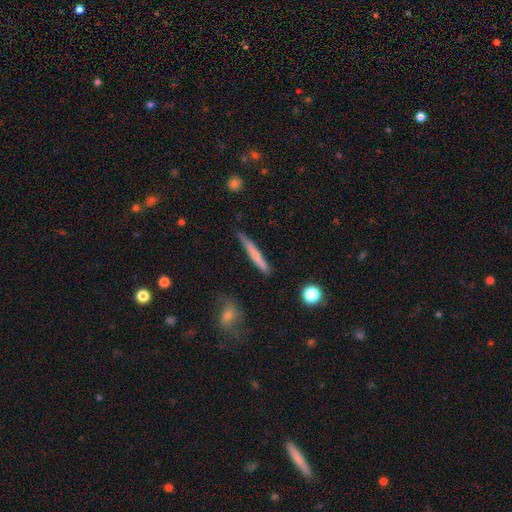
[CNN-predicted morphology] Overall: smooth (59%; featured or disk 35%). How rounded: cigar-shaped (95%). Merging: none (82%).